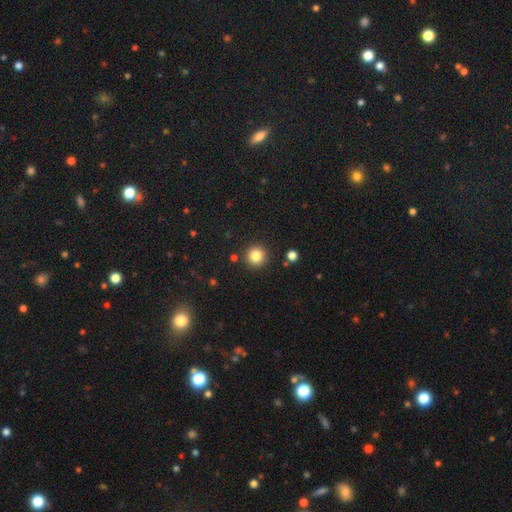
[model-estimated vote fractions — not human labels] smooth 83%, star or artifact 11%, featured or disk 6%. Down the decision tree: how rounded — round (95%); merging — none (90%).